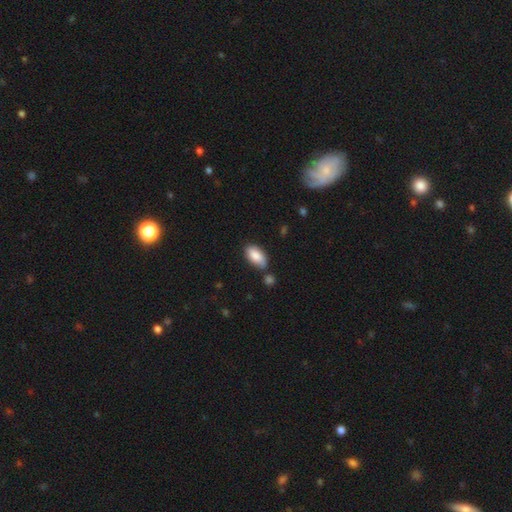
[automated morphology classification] Smooth or featured? Predicted: smooth (p=0.85). How rounded? Predicted: in between (p=0.93). Merging? Predicted: none (p=0.64).